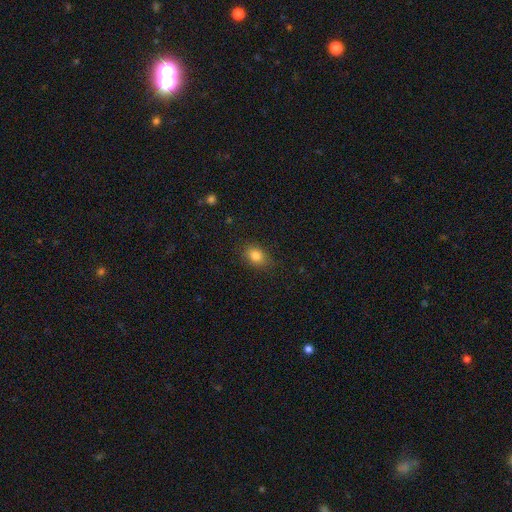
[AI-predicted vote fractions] Smooth or featured? smooth (83%)
How rounded? in between (64%)
Merging? none (80%)